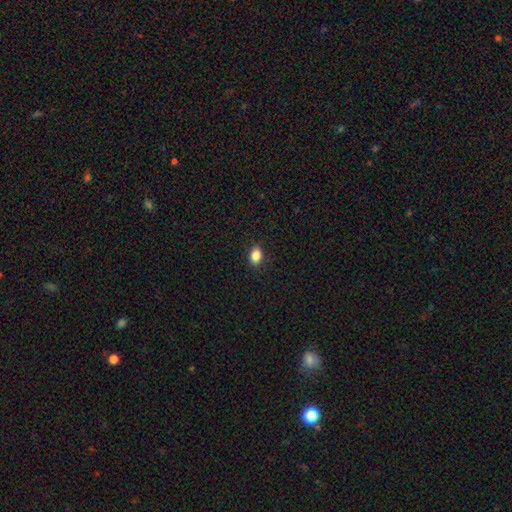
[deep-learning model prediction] Morphology: type=smooth (87%); roundness=in between (75%); merging=none (89%).